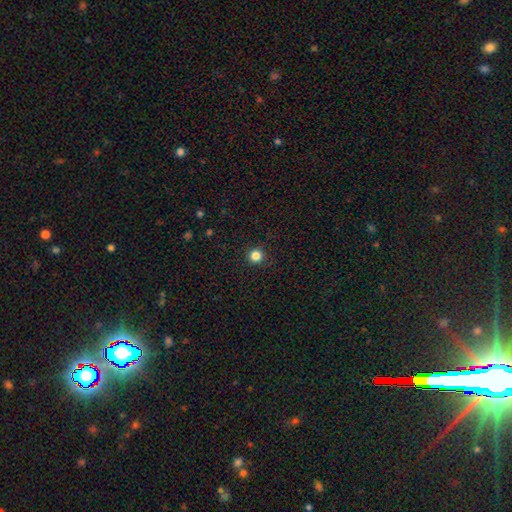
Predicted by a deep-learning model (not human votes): A smooth galaxy with no disk features (83%) that is round (96%). Merging: none (93%).